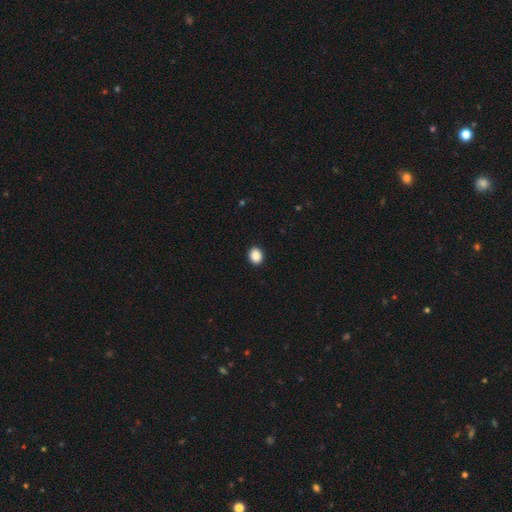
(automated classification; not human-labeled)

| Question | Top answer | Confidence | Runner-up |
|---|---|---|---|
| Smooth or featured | smooth | 89% | star or artifact (9%) |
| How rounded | round | 62% | in between (37%) |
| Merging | none | 93% | minor disturbance (5%) |